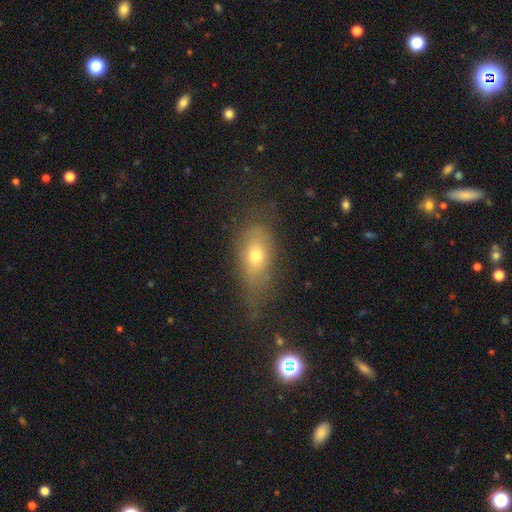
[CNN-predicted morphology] This is likely a smooth galaxy (67%). How rounded: likely in between (79%). Merging: possibly none (46%).